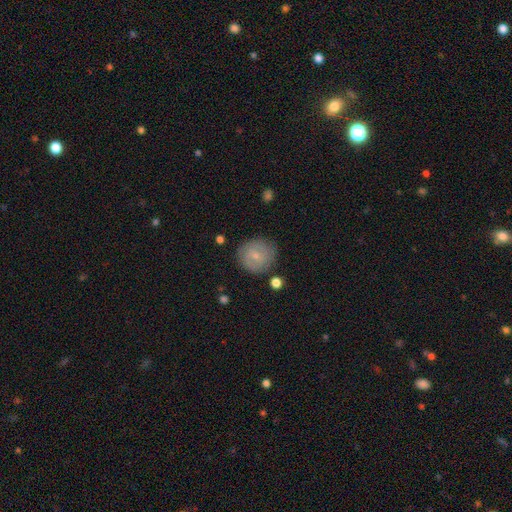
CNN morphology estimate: type=smooth (62%); roundness=round (90%); merging=none (79%).